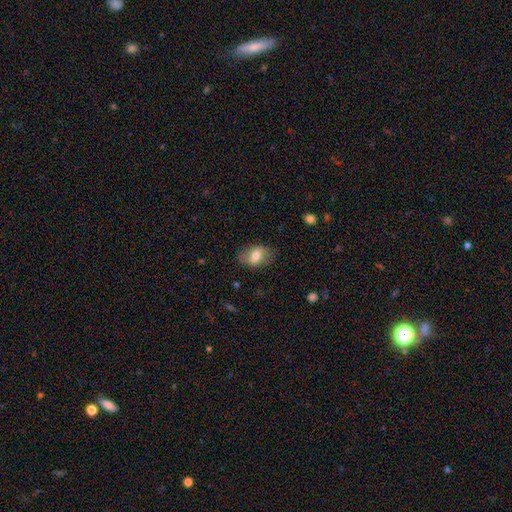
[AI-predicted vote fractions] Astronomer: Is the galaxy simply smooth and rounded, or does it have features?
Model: smooth — 65%.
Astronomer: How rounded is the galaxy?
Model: in between — 83%.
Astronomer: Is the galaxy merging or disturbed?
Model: none — 77%.